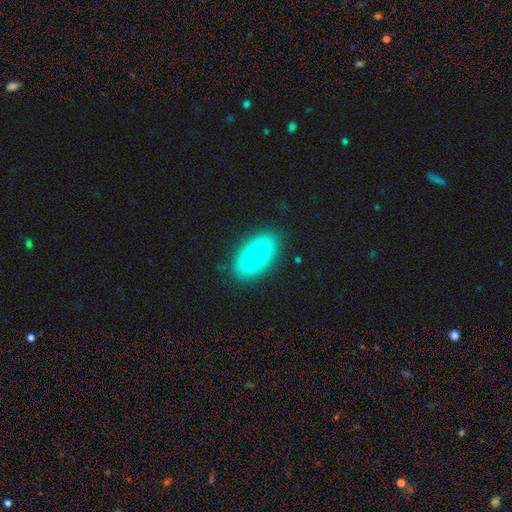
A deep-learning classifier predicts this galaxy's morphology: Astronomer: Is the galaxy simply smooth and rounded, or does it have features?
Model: smooth — 51% (runner-up: featured or disk, 43%).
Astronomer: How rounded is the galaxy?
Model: in between — 89%.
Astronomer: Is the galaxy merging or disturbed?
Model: none — 86%.